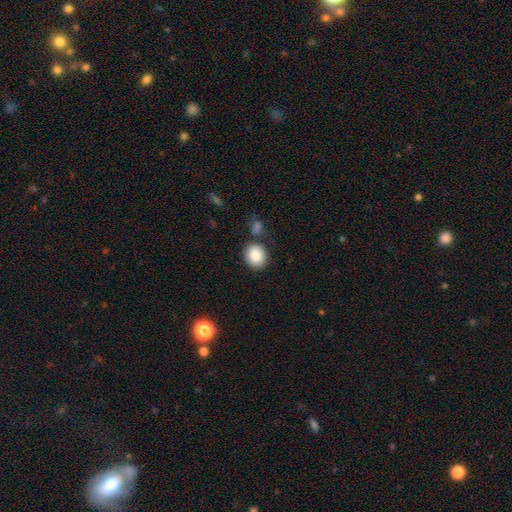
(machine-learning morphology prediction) Q: Smooth or featured?
A: smooth (86%); runner-up: star or artifact (8%)
Q: How rounded?
A: round (69%); runner-up: in between (31%)
Q: Merging?
A: none (78%); runner-up: minor disturbance (11%)